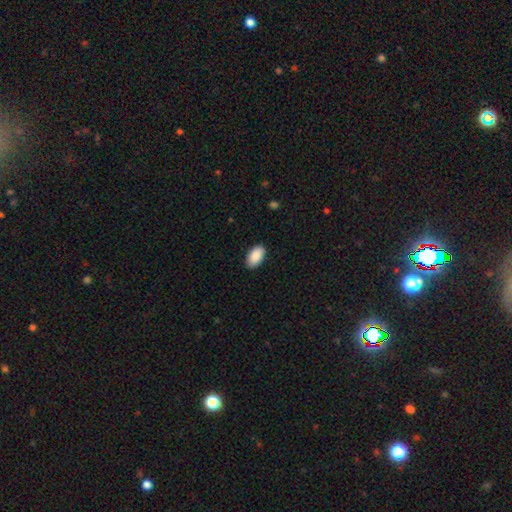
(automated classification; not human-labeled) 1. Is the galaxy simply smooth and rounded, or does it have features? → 91% smooth, 6% star or artifact, 3% featured or disk.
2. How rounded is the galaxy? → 96% in between, 3% round, 2% cigar-shaped.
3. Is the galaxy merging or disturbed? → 88% none, 9% minor disturbance, 2% major disturbance, 1% merger.